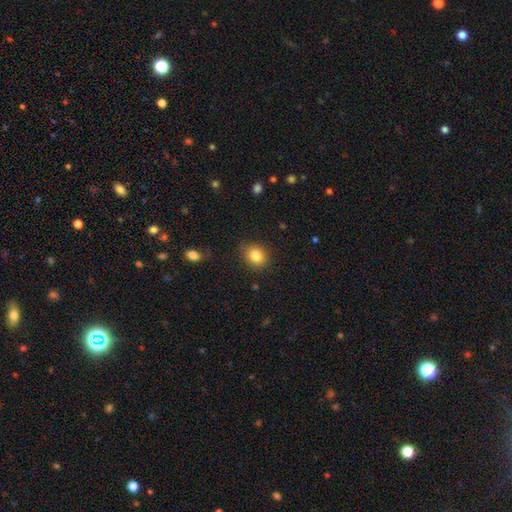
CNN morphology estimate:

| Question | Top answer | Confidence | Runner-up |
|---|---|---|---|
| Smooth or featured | smooth | 84% | star or artifact (10%) |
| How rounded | round | 61% | in between (38%) |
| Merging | none | 82% | minor disturbance (13%) |